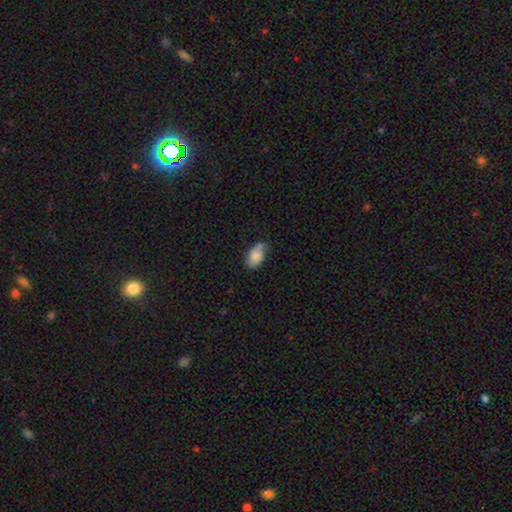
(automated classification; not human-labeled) Morphology: type=smooth (79%); roundness=in between (91%); merging=none (50%).